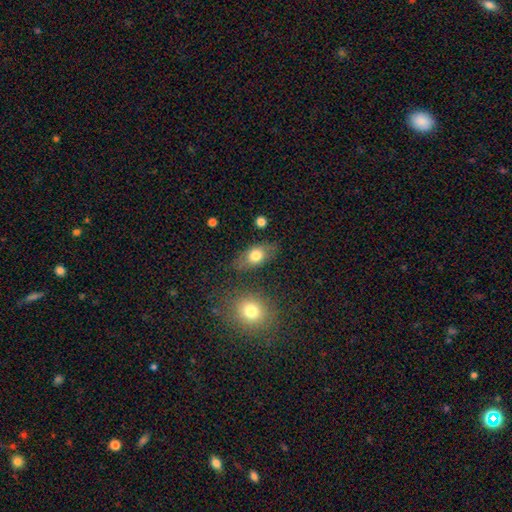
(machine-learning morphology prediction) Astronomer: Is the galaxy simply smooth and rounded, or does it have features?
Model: smooth — 73%.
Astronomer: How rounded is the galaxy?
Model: in between — 78%.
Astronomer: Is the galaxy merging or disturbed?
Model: none — 75%.